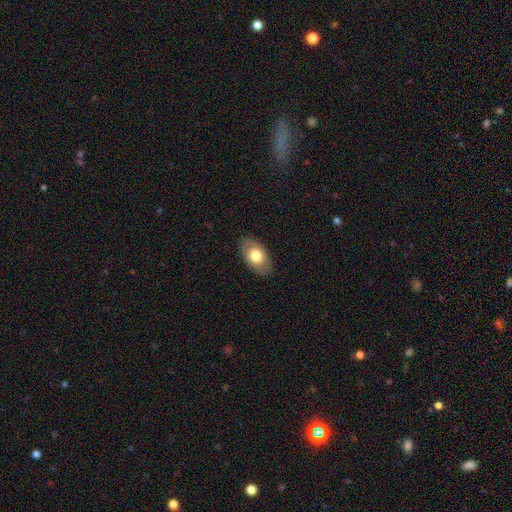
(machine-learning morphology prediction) This appears to be a smooth galaxy with no disk features (75%) that is in between round and cigar-shaped (92%). Merging: none (86%).